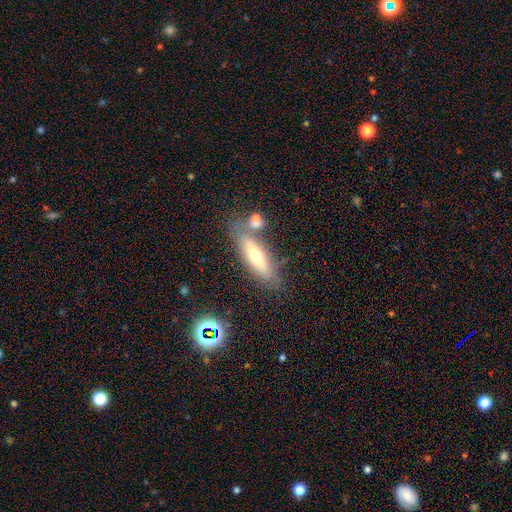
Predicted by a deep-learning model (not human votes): This appears to be a smooth galaxy with no disk features (49%). Merging: none (65%).